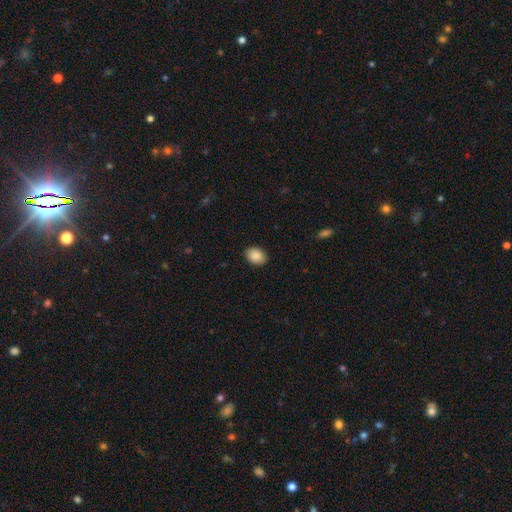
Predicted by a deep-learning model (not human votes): smooth-or-featured: smooth: 89% | star or artifact: 7% | featured or disk: 3%
  how-rounded: in between: 76% | round: 23% | cigar-shaped: 1%
  merging: none: 89% | minor disturbance: 8% | major disturbance: 2% | merger: 1%